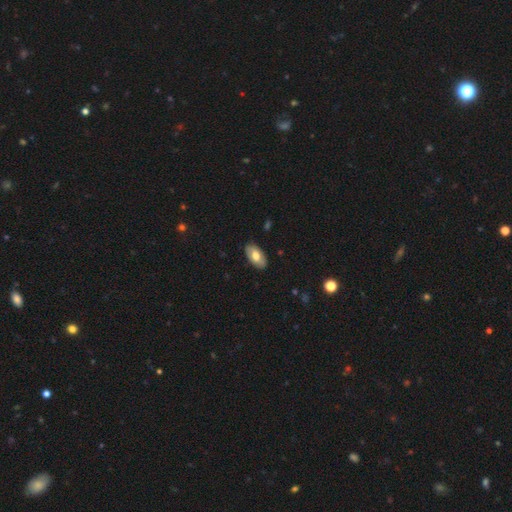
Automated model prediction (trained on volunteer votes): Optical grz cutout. It shows a smooth galaxy with no disk features (68%) that is in between round and cigar-shaped (94%). Merging: none (86%).